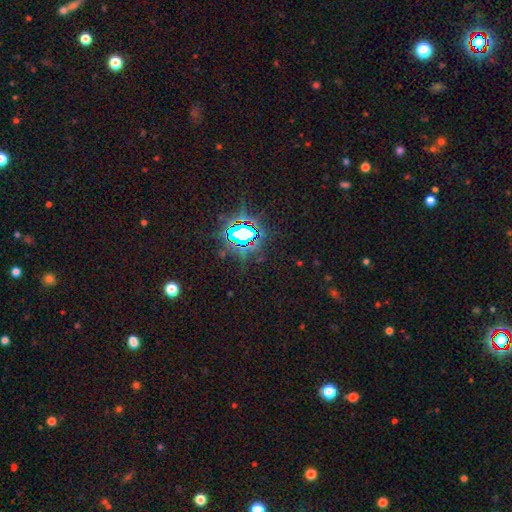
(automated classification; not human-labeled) smooth_or_featured: star or artifact (p=0.84) [alt: smooth p=0.09]